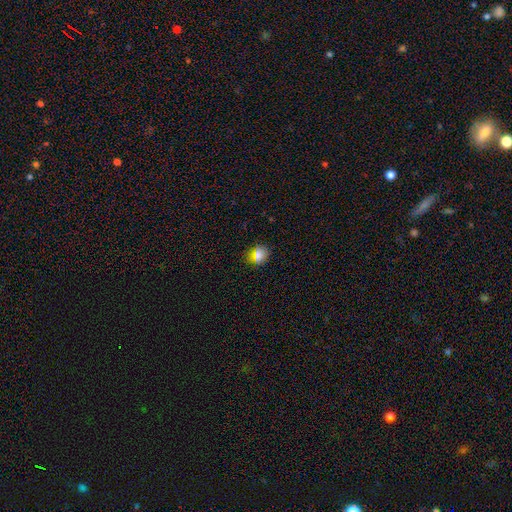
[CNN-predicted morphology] Q: Smooth or featured?
A: smooth (76%); runner-up: star or artifact (15%)
Q: How rounded?
A: round (67%); runner-up: in between (31%)
Q: Merging?
A: none (84%); runner-up: minor disturbance (11%)